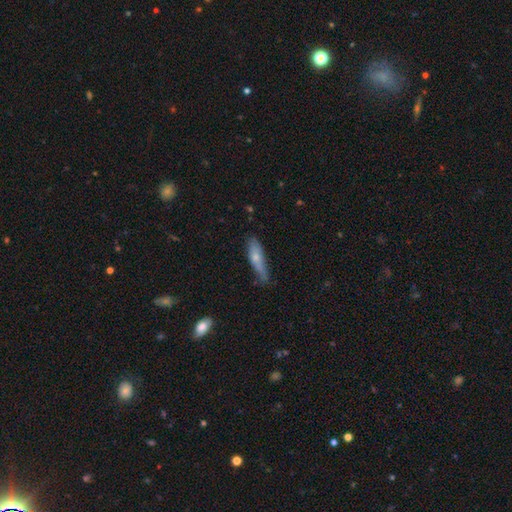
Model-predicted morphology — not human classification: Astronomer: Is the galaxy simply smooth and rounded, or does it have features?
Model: smooth — 58% (runner-up: featured or disk, 34%).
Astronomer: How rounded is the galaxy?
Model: cigar-shaped — 77%.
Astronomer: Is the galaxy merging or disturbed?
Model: none — 60%.